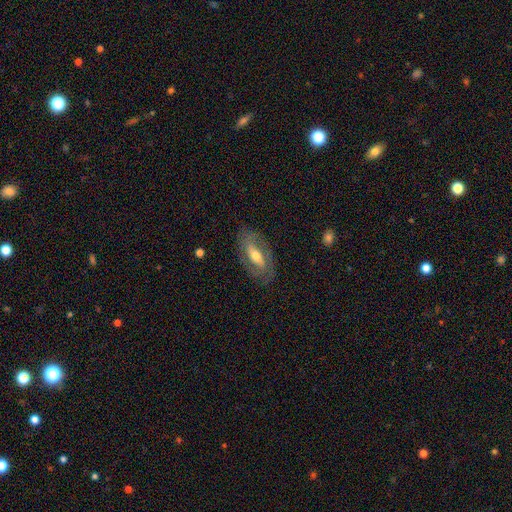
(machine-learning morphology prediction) Overall: featured or disk (68%). Edge-on disk: no (86%). Bar: strong (37%; weak 36%). Spiral arms: yes (73%). Bulge size: moderate (65%). Merging: none (79%).